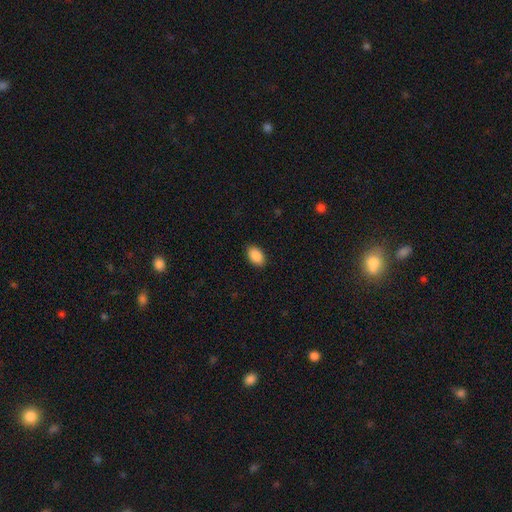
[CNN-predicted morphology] This appears to be a smooth galaxy with no disk features (90%) that is in between round and cigar-shaped (90%). Merging: none (89%).